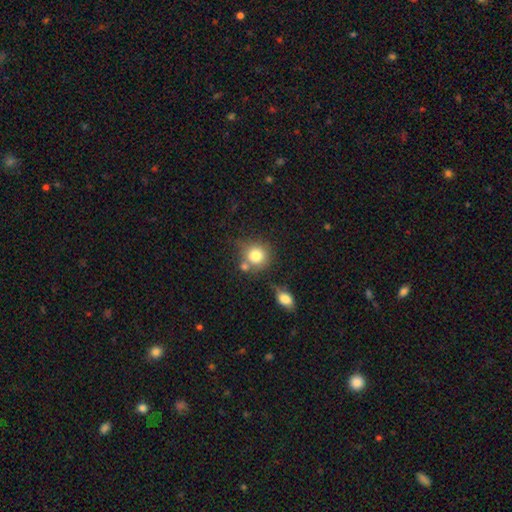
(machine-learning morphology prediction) A smooth galaxy with no disk features (79%) that is round (86%). Merging: none (61%).